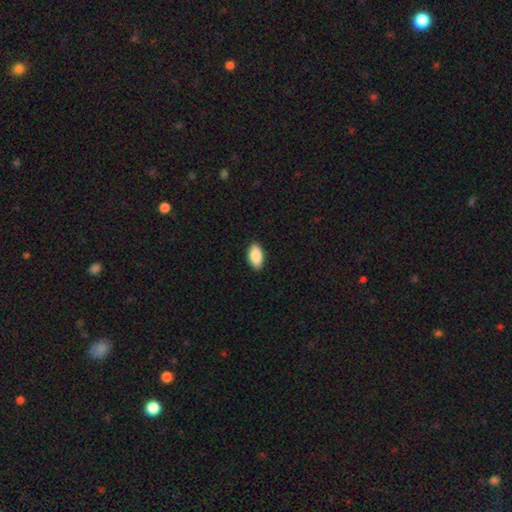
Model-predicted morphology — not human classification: Smooth or featured: smooth — 89% (star or artifact — 6%)
How rounded: in between — 94% (cigar-shaped — 3%)
Merging: none — 89% (minor disturbance — 8%)